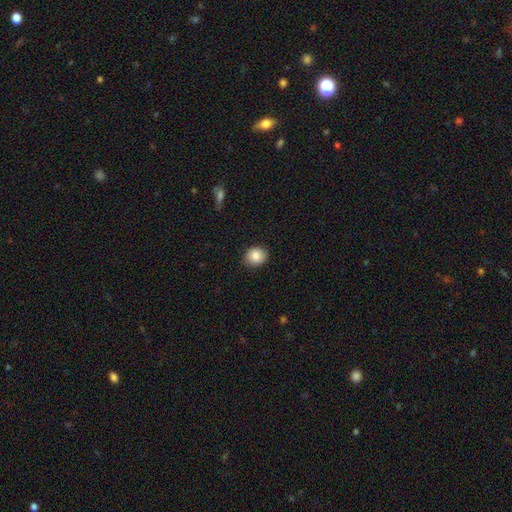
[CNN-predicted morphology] Smooth or featured?
  - smooth: 86% *
  - star or artifact: 8%
  - featured or disk: 6%
How rounded?
  - round: 70% *
  - in between: 29%
  - cigar-shaped: 1%
Merging?
  - none: 87% *
  - minor disturbance: 10%
  - major disturbance: 2%
  - merger: 1%